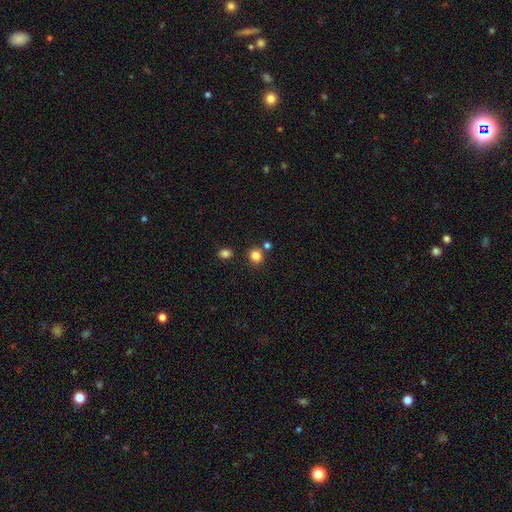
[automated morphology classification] smooth 83%, star or artifact 12%, featured or disk 5%. Down the decision tree: how rounded — round (80%); merging — none (75%).